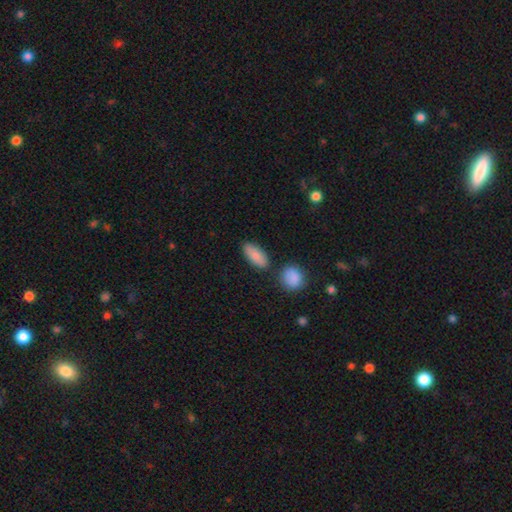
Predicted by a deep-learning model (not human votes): Smooth or featured? smooth (85%)
How rounded? in between (84%)
Merging? none (74%)